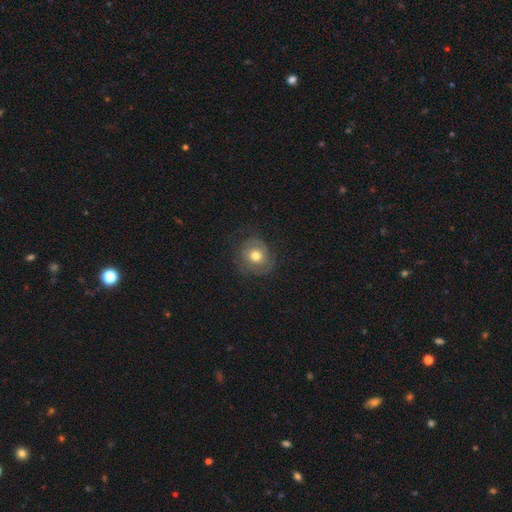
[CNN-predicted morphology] type=smooth (48%); merging=none (68%).